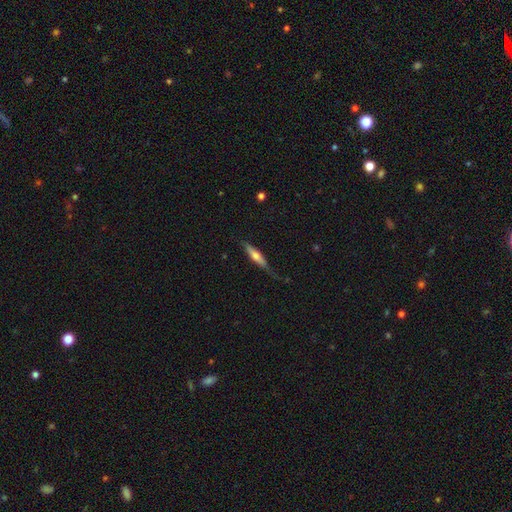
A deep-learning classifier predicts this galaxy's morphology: This appears to be a smooth galaxy with no disk features (50%) that is cigar-shaped (81%). Merging: none (63%).